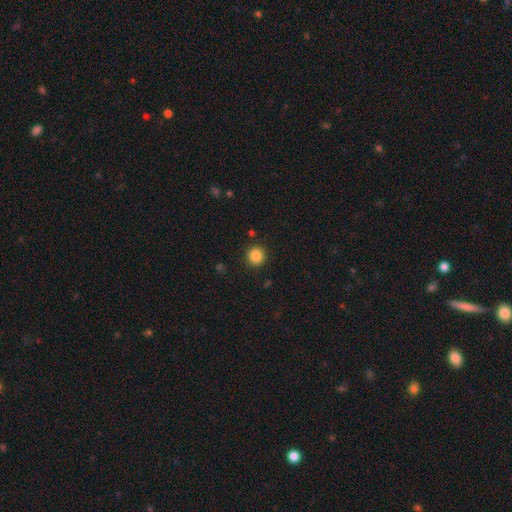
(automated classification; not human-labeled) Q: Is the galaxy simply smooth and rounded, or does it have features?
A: smooth — 86%.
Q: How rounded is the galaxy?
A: round — 94%.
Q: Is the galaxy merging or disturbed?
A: none — 91%.